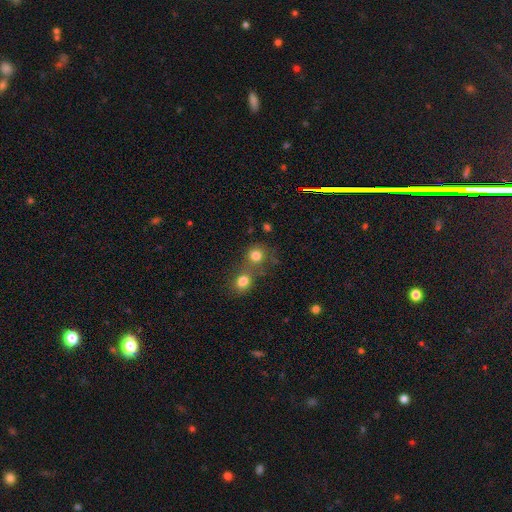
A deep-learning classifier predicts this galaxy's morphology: Smooth or featured? Predicted: smooth (p=0.78). How rounded? Predicted: round (p=0.85). Merging? Predicted: none (p=0.49).